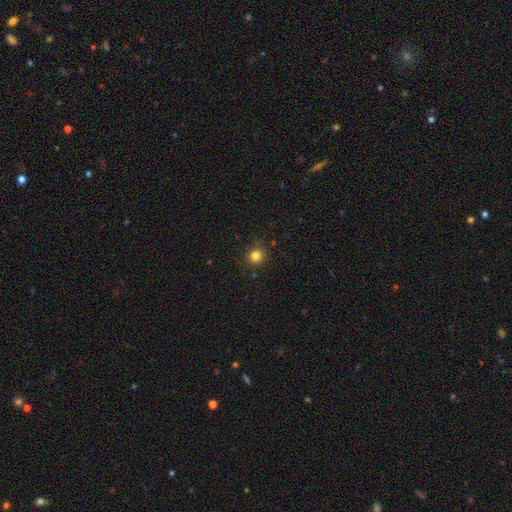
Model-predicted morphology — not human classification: smooth 81%, star or artifact 14%, featured or disk 5%. Down the decision tree: how rounded — round (90%); merging — none (88%).